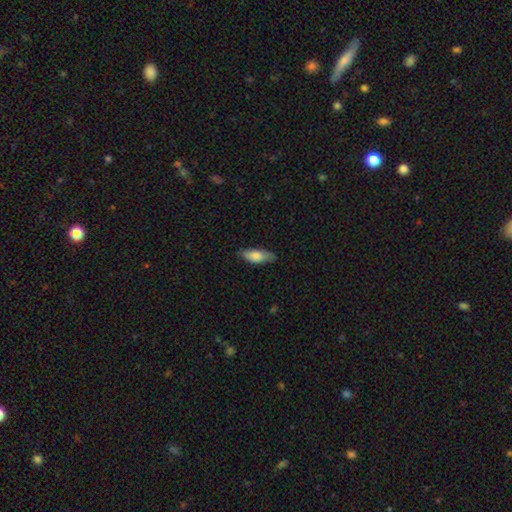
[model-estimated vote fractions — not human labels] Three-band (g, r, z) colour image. It shows a smooth galaxy with no disk features (76%) that is in between round and cigar-shaped (73%). Merging: none (79%).